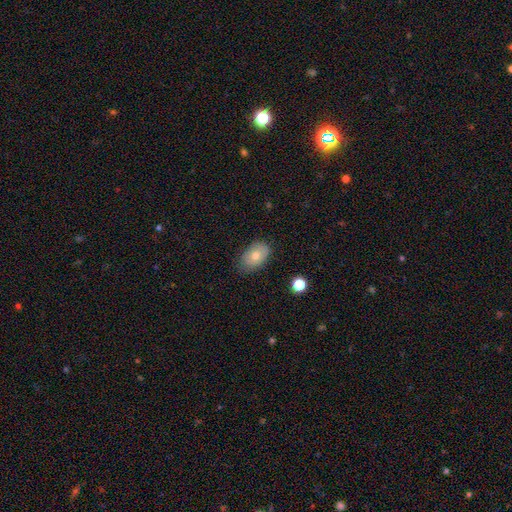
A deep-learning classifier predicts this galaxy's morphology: This is likely a smooth galaxy (70%). How rounded: clearly in between (85%). Merging: likely none (77%).